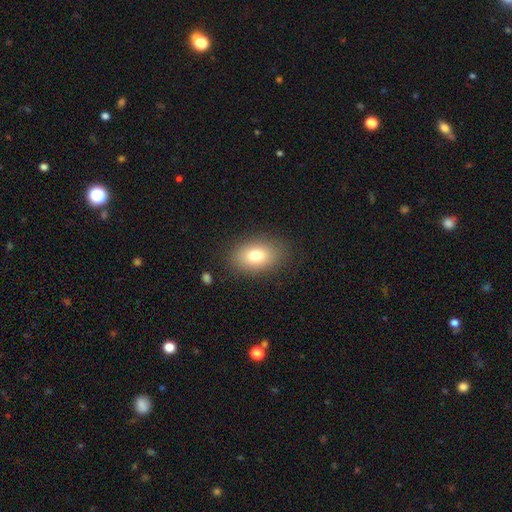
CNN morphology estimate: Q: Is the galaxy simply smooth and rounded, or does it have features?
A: smooth — 77%.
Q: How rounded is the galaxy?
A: in between — 82%.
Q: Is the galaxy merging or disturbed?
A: none — 85%.